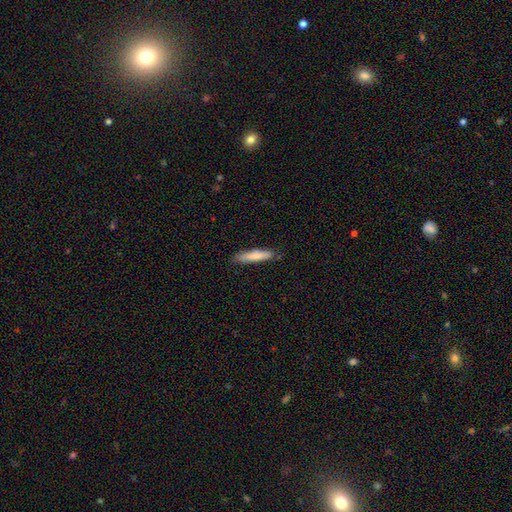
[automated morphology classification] A smooth galaxy with no disk features (77%) that is cigar-shaped (86%).

Vote fractions:
- Smooth or featured? smooth: 77% / featured or disk: 17% / star or artifact: 6%
- How rounded? cigar-shaped: 86% / in between: 13% / round: 1%
- Merging? none: 84% / minor disturbance: 12% / major disturbance: 2% / merger: 1%